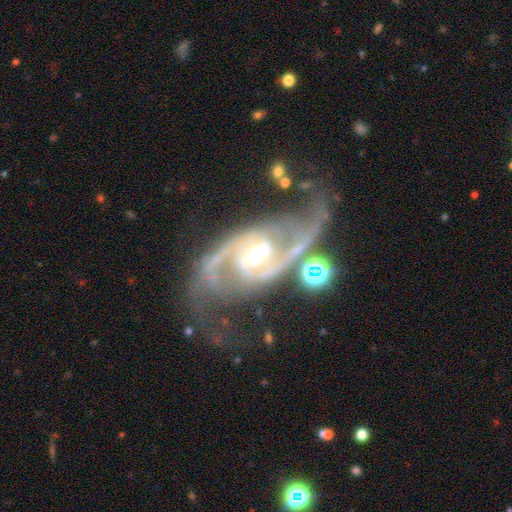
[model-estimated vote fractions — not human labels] smooth_or_featured: featured or disk (p=0.92) [alt: star or artifact p=0.05]
disk_edge_on: no (p=0.97) [alt: yes p=0.03]
bar: weak (p=0.47) [alt: strong p=0.38]
has_spiral_arms: yes (p=0.98) [alt: no p=0.02]
spiral_winding: medium (p=0.59) [alt: tight p=0.21]
spiral_arm_count: 2 (p=0.91) [alt: 3 p=0.03]
bulge_size: moderate (p=0.54) [alt: small p=0.34]
merging: none (p=0.59) [alt: minor disturbance p=0.19]